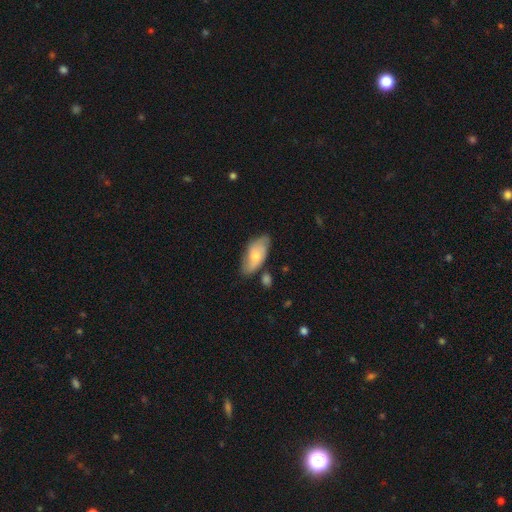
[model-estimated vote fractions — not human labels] Smooth or featured: smooth — 57% (featured or disk — 37%)
How rounded: in between — 89% (cigar-shaped — 8%)
Merging: none — 66% (minor disturbance — 24%)